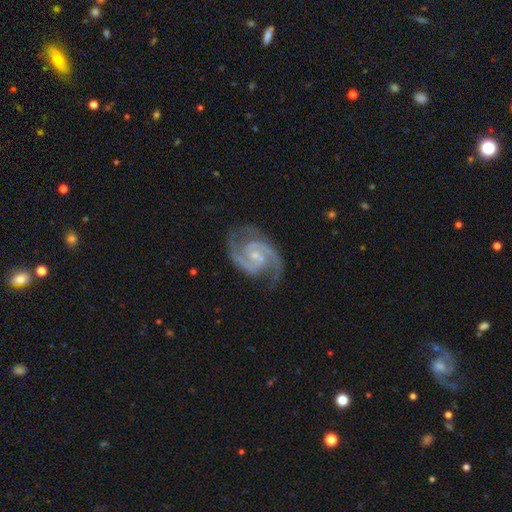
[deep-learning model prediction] A featured or disk galaxy (93%) with no bar (47%), 2 (91%) medium (62%) spiral arms (98%) and a small central bulge (70%). Merging: none (76%).